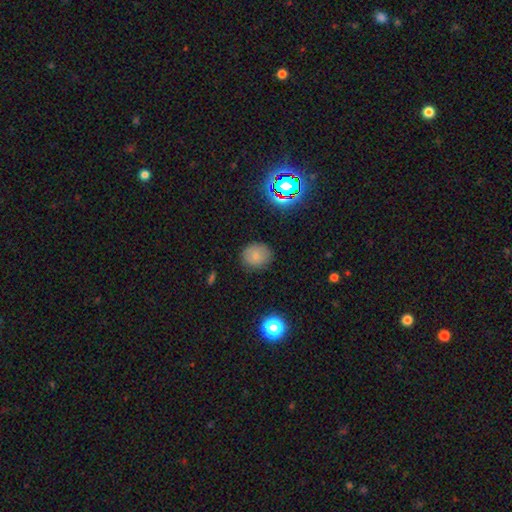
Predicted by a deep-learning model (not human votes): Morphology: type=smooth (77%); roundness=round (73%); merging=none (86%).